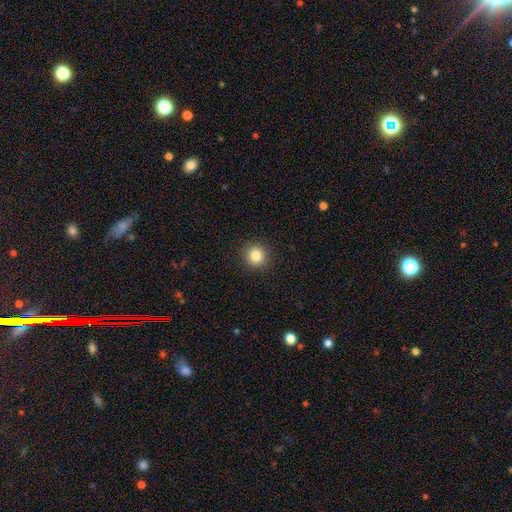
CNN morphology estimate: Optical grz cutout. It shows a smooth galaxy with no disk features (83%) that is round (92%). Merging: none (92%).